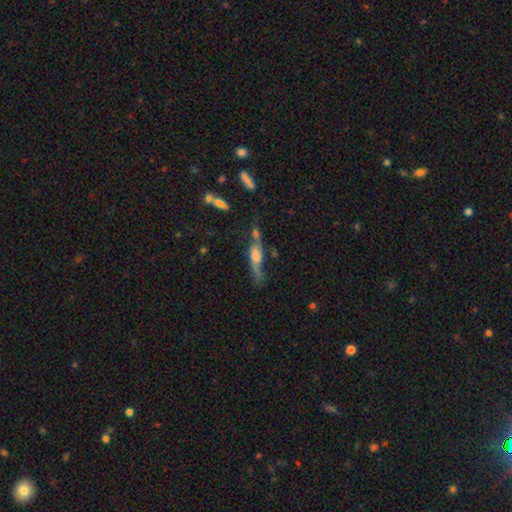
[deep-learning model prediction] The model was most divided on "edge-on disk": yes: 53%, no: 47%. Remaining: smooth or featured — featured or disk (59%); merging — none (39%).